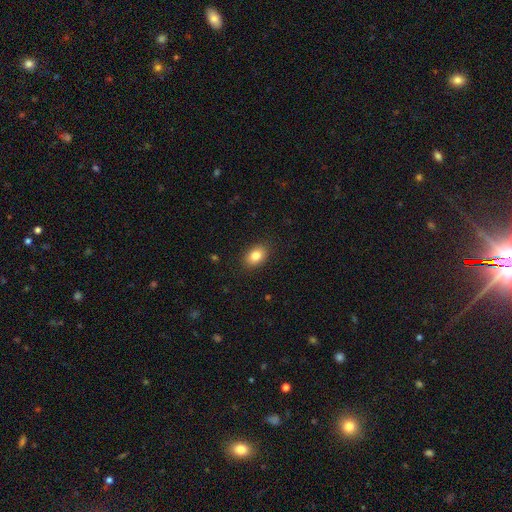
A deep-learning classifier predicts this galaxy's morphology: Overall: smooth (84%). How rounded: in between (81%). Merging: none (88%).